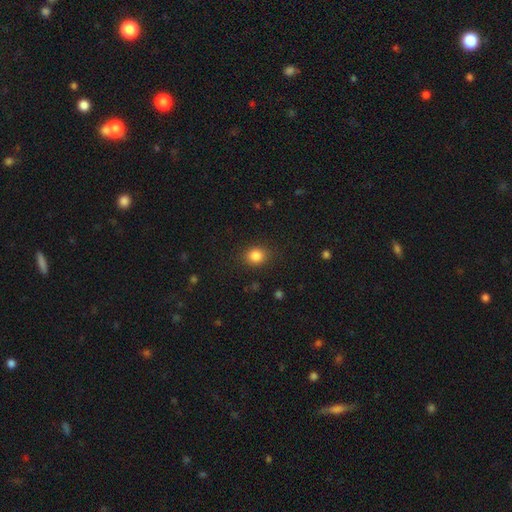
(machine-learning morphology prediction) A smooth galaxy with no disk features (85%) that is round (70%).

Vote fractions:
- Smooth or featured? smooth: 85% / star or artifact: 11% / featured or disk: 4%
- How rounded? round: 70% / in between: 29% / cigar-shaped: 1%
- Merging? none: 87% / minor disturbance: 9% / major disturbance: 3% / merger: 1%